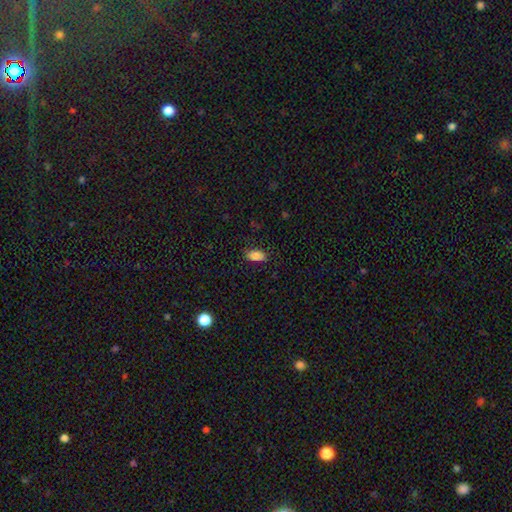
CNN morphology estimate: The model was most divided on "merging": none: 82%, minor disturbance: 14%, major disturbance: 3%, merger: 1%. More confident: how rounded — in between (91%); smooth or featured — smooth (84%).